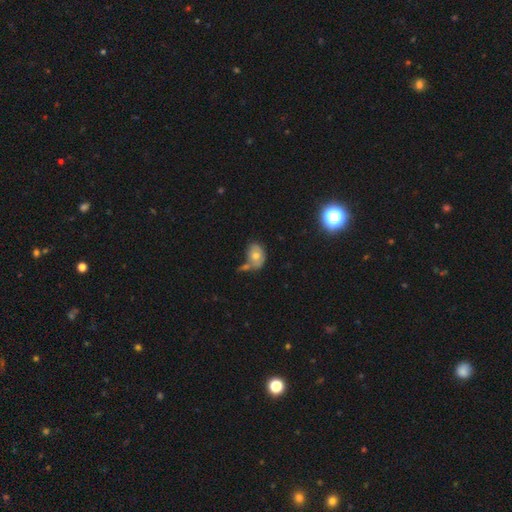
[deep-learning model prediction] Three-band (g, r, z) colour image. It shows a smooth galaxy with no disk features (66%) that is in between round and cigar-shaped (77%). Merging: none (44%).